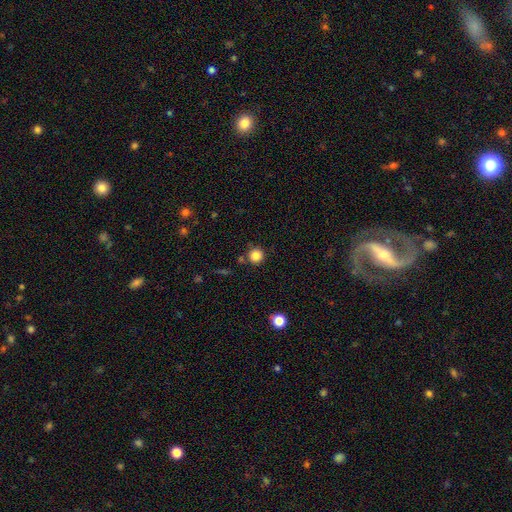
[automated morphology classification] The model was most divided on "smooth or featured": smooth: 84%, star or artifact: 11%, featured or disk: 5%. More confident: how rounded — round (95%); merging — none (83%).